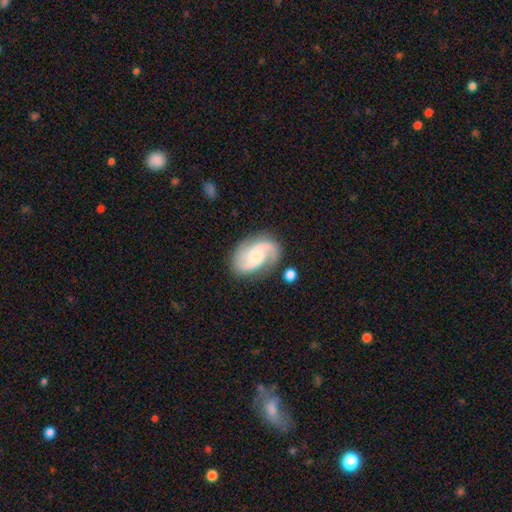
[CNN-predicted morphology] Smooth or featured: featured or disk — 87% (smooth — 8%)
Edge-on disk: no — 98% (yes — 2%)
Bar: no — 54% (weak — 39%)
Spiral arms: yes — 98% (no — 2%)
Spiral winding: medium — 54% (loose — 29%)
Spiral arm count: 2 — 91% (3 — 3%)
Bulge size: moderate — 40% (tied with small — 40%)
Merging: none — 77% (minor disturbance — 14%)